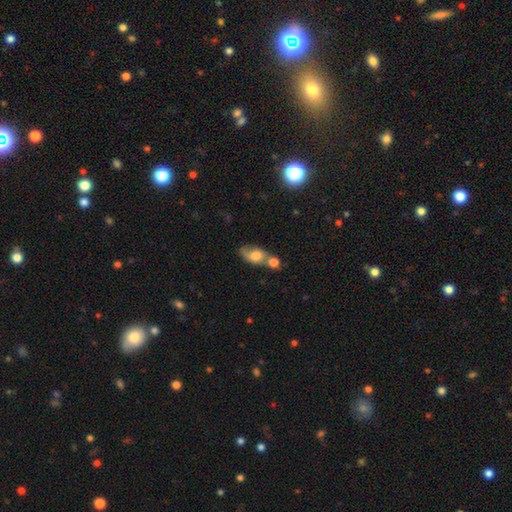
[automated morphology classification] Q: Smooth or featured?
A: smooth (60%); runner-up: featured or disk (30%)
Q: How rounded?
A: in between (76%); runner-up: round (19%)
Q: Merging?
A: merger (43%); runner-up: none (33%)